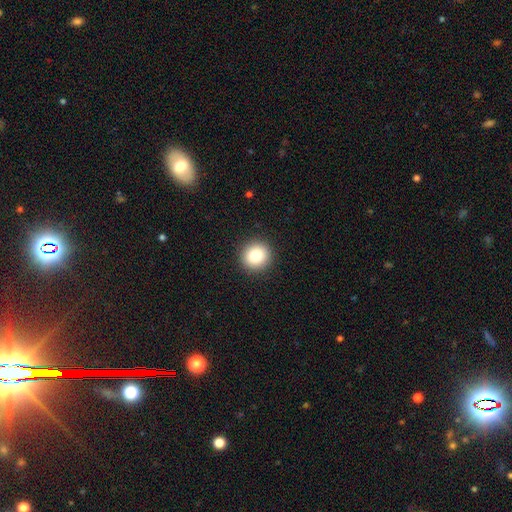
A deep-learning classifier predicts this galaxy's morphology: This is clearly a smooth galaxy (83%). How rounded: clearly round (93%). Merging: clearly none (92%).